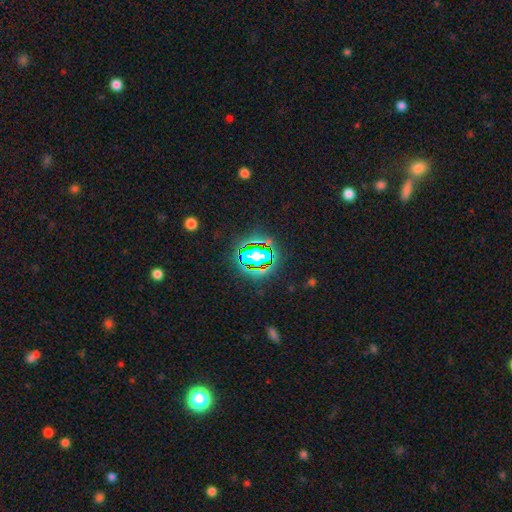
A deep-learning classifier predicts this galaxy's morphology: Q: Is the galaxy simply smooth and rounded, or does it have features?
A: star or artifact — 63%.